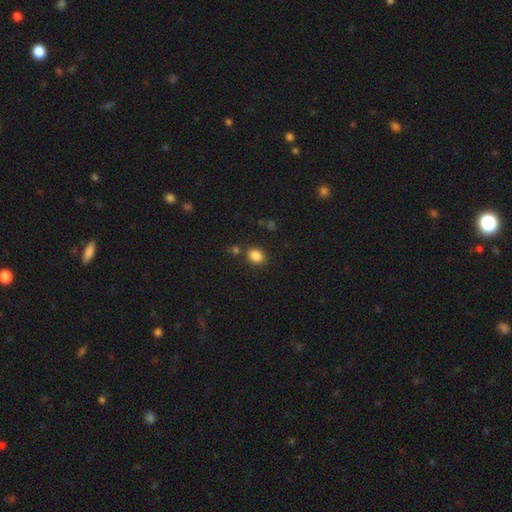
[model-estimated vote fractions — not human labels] Smooth or featured: smooth — 86% (star or artifact — 10%)
How rounded: in between — 61% (round — 38%)
Merging: none — 78% (minor disturbance — 10%)